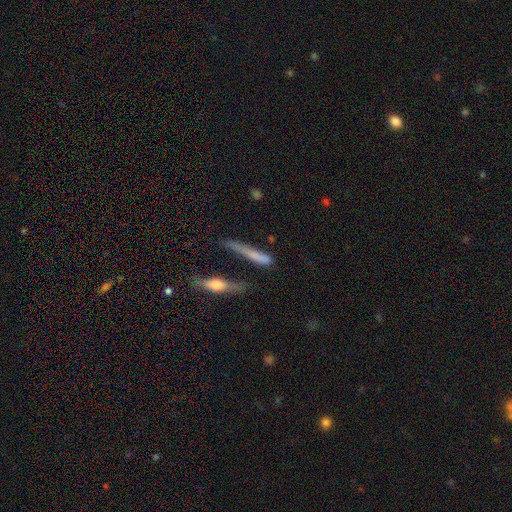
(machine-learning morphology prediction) Smooth or featured: smooth — 61% (featured or disk — 28%)
How rounded: cigar-shaped — 86% (in between — 11%)
Merging: none — 47% (minor disturbance — 22%)